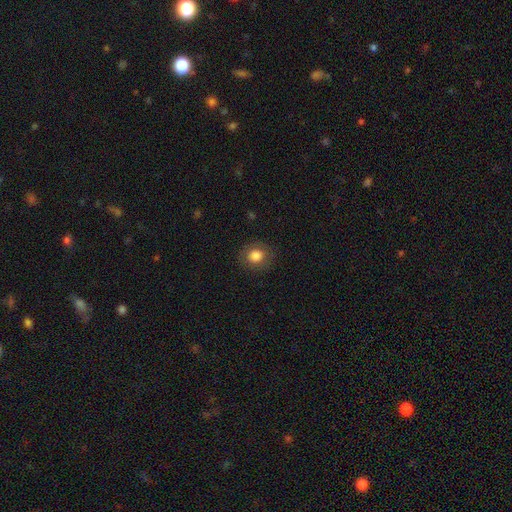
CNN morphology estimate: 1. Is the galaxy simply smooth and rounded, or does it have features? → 80% smooth, 11% featured or disk, 9% star or artifact.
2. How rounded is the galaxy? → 74% round, 25% in between, 1% cigar-shaped.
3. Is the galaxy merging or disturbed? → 85% none, 10% minor disturbance, 4% major disturbance, 1% merger.